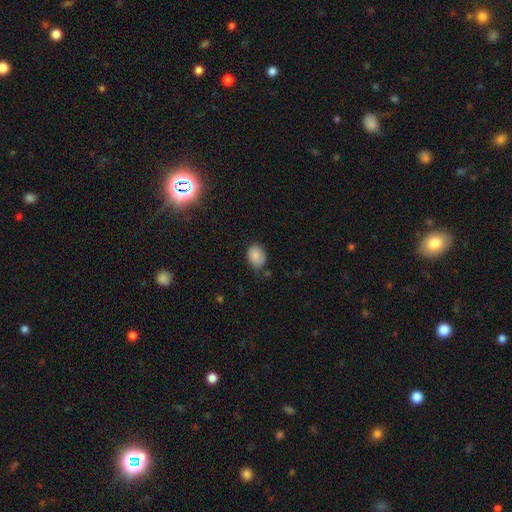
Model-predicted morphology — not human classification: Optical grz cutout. It shows a smooth galaxy with no disk features (85%) that is in between round and cigar-shaped (69%). Merging: none (69%).